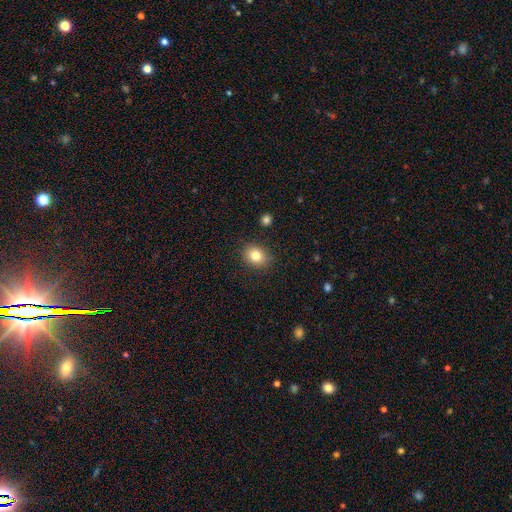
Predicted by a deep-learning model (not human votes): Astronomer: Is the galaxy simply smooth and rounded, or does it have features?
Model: smooth — 82%.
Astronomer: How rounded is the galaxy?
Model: round — 55% (runner-up: in between, 44%).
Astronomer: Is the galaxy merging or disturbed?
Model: none — 86%.